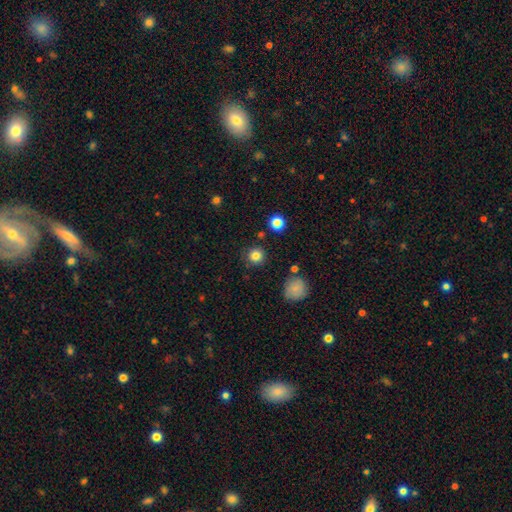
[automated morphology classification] A smooth galaxy with no disk features (82%) that is round (94%).

Vote fractions:
- Smooth or featured? smooth: 82% / star or artifact: 12% / featured or disk: 6%
- How rounded? round: 94% / in between: 5% / cigar-shaped: 1%
- Merging? none: 87% / minor disturbance: 8% / major disturbance: 3% / merger: 3%